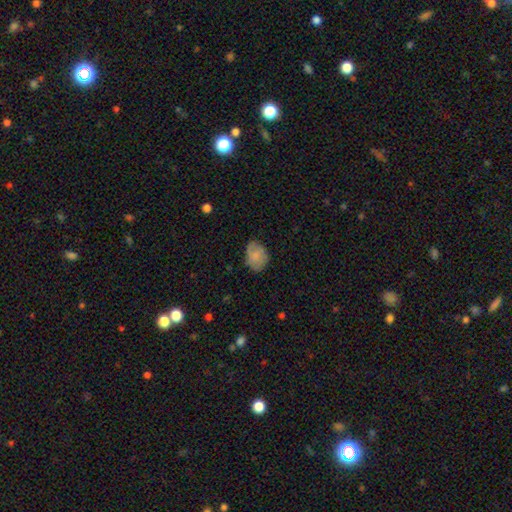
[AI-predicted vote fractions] Overall: smooth (76%). How rounded: in between (66%; round 33%). Merging: none (72%).